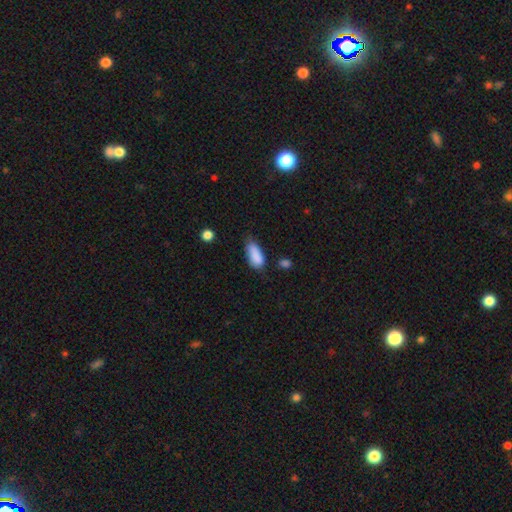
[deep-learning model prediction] smooth 86%, star or artifact 8%, featured or disk 6%. Down the decision tree: how rounded — in between (84%); merging — none (48%).